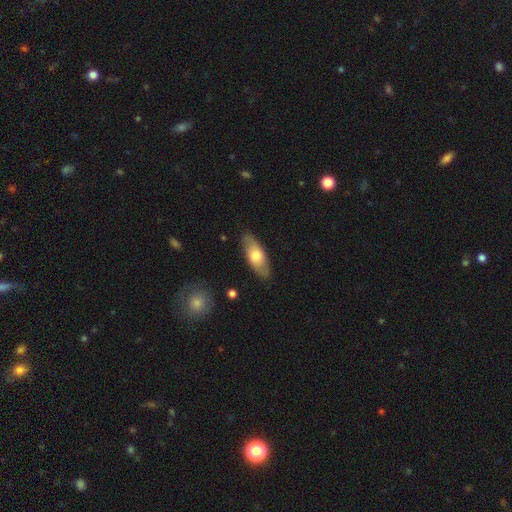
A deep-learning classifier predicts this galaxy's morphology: This is likely a smooth galaxy (65%). How rounded: likely in between (77%). Merging: clearly none (84%).